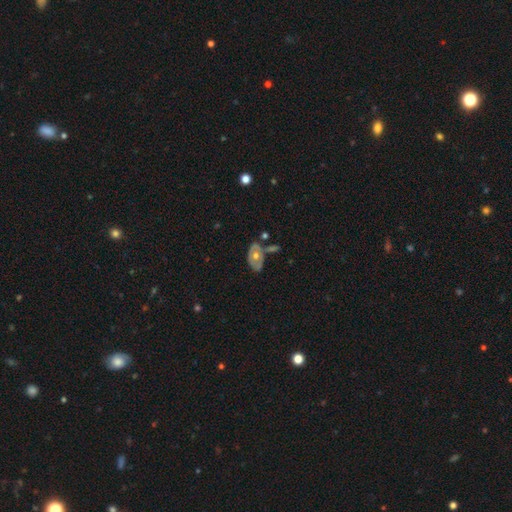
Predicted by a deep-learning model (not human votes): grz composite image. It shows a featured or disk galaxy (58%) with no bar (89%), no spiral arms (73%) and a moderate central bulge (74%). Merging: none (53%).